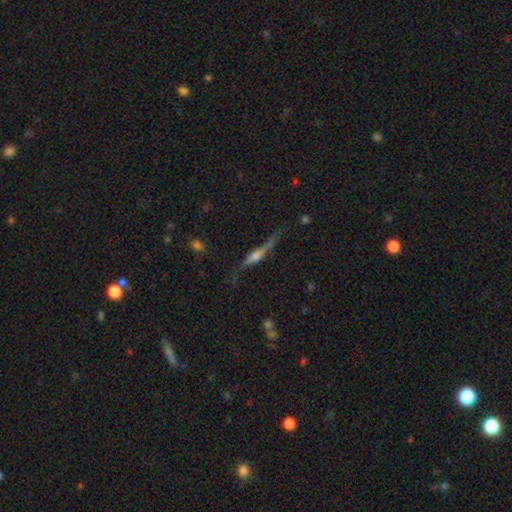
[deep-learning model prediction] Smooth or featured: featured or disk — 76% (smooth — 17%)
Edge-on disk: yes — 94% (no — 6%)
Edge-on bulge: rounded — 83% (boxy — 11%)
Merging: none — 70% (minor disturbance — 20%)